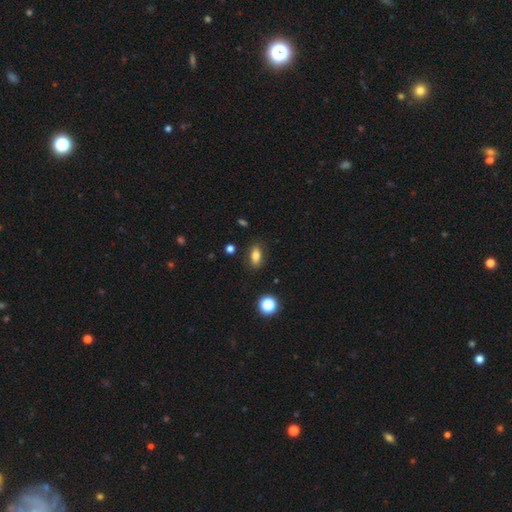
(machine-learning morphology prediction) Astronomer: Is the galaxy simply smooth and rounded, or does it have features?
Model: smooth — 80%.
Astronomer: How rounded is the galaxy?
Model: in between — 81%.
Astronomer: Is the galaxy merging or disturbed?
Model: none — 85%.